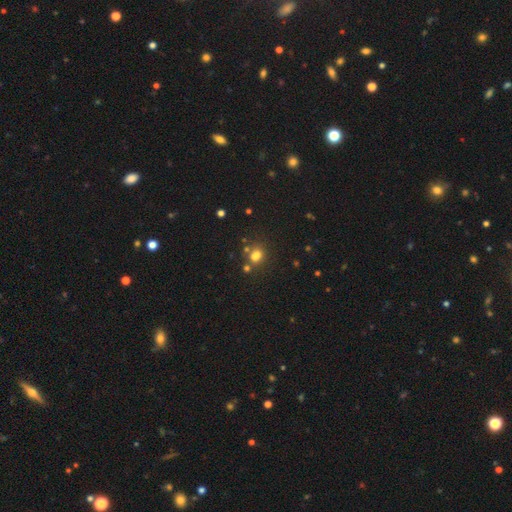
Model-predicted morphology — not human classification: A smooth galaxy with no disk features (73%) that is in between round and cigar-shaped (51%). Merging: none (60%).